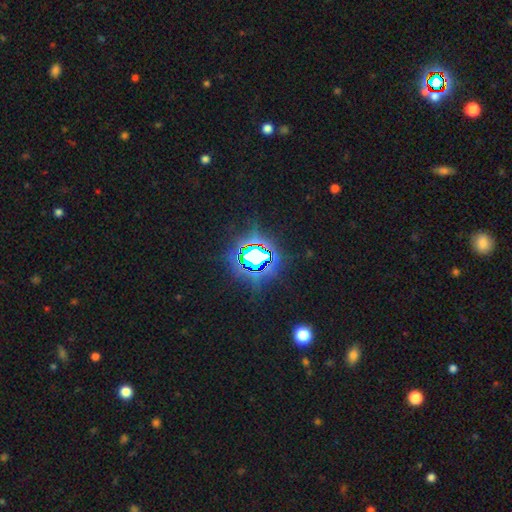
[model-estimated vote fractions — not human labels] This is likely a star or artifact rather than a galaxy (79%).